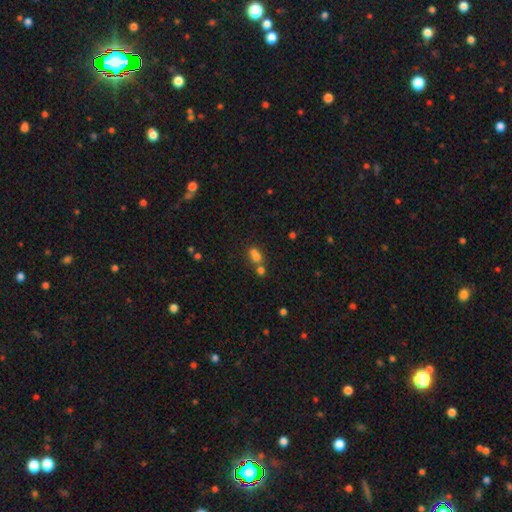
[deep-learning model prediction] Smooth or featured? smooth (71%)
How rounded? in between (60%)
Merging? merger (51%)